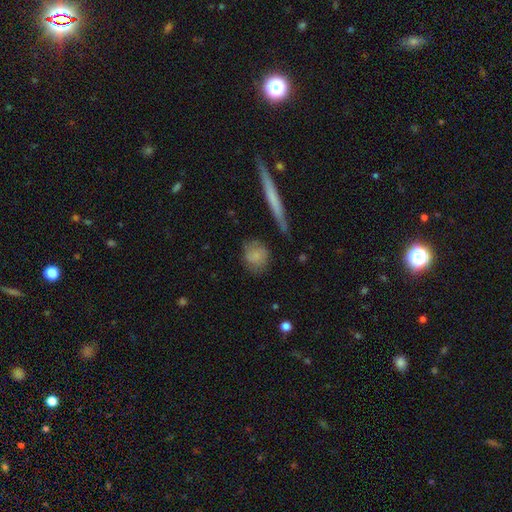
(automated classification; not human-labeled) smooth 73%, featured or disk 19%, star or artifact 7%. Down the decision tree: how rounded — round (76%); merging — none (70%).